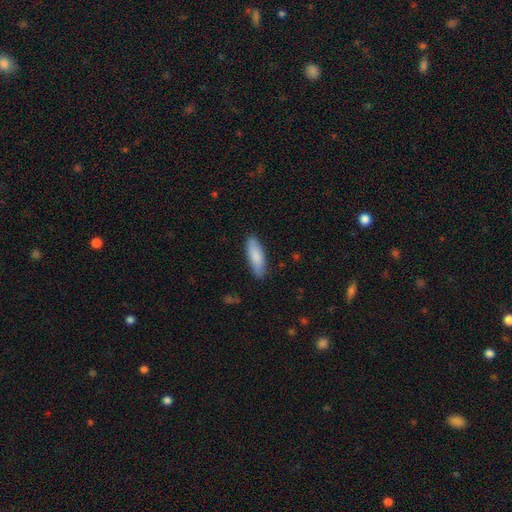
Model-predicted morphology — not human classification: Smooth or featured?
  - smooth: 85% *
  - featured or disk: 10%
  - star or artifact: 5%
How rounded?
  - in between: 51% *
  - cigar-shaped: 48%
  - round: 1%
Merging?
  - none: 86% *
  - minor disturbance: 11%
  - major disturbance: 2%
  - merger: 1%